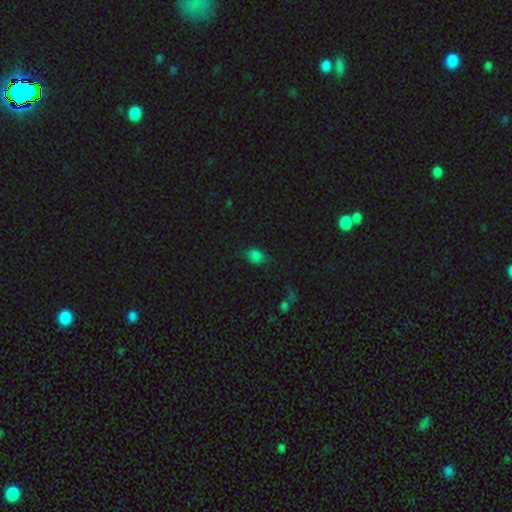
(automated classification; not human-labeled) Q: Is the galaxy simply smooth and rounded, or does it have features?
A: smooth — 76%.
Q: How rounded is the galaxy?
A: in between — 72%.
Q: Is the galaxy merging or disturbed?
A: none — 68%.